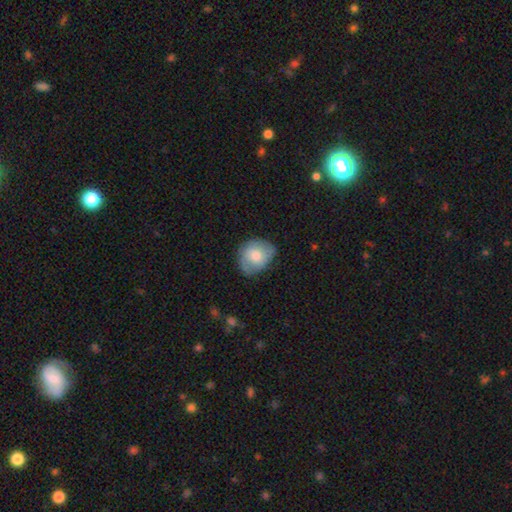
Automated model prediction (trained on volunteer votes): smooth-or-featured: smooth: 69% | featured or disk: 24% | star or artifact: 7%
  how-rounded: round: 53% | in between: 46% | cigar-shaped: 1%
  merging: none: 65% | minor disturbance: 27% | major disturbance: 7% | merger: 1%